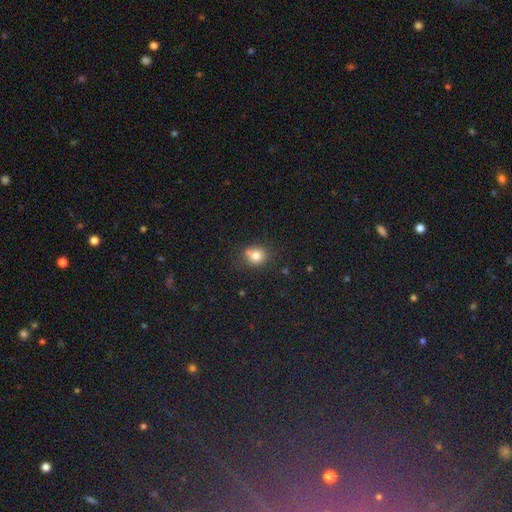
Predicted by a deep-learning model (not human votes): This appears to be a smooth galaxy with no disk features (78%) that is round (80%). Merging: none (63%).